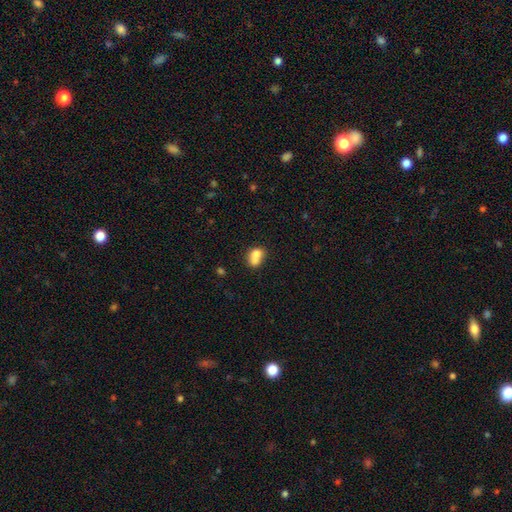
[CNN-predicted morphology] Smooth or featured? Predicted: smooth (p=0.70). How rounded? Predicted: round (p=0.55). Merging? Predicted: merger (p=0.67).